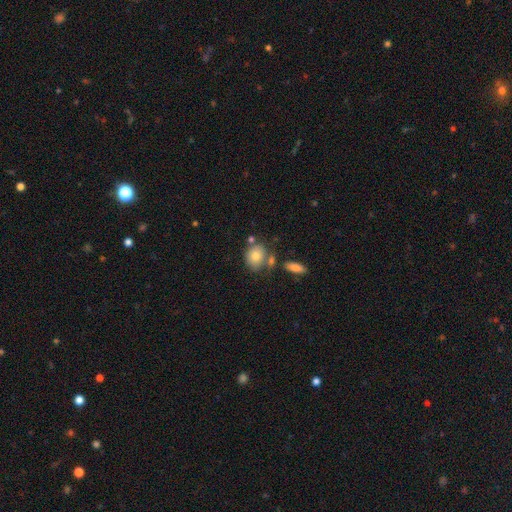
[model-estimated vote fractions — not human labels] Smooth or featured: smooth — 77% (featured or disk — 15%)
How rounded: round — 51% (in between — 47%)
Merging: none — 58% (merger — 21%)